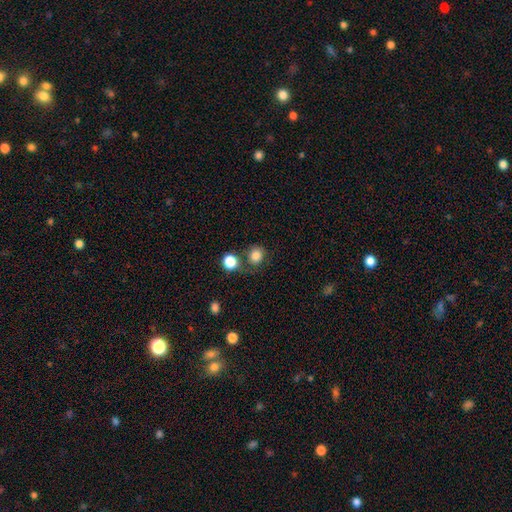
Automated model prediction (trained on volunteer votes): Q: Smooth or featured?
A: smooth (83%); runner-up: star or artifact (11%)
Q: How rounded?
A: round (84%); runner-up: in between (15%)
Q: Merging?
A: none (65%); runner-up: merger (17%)